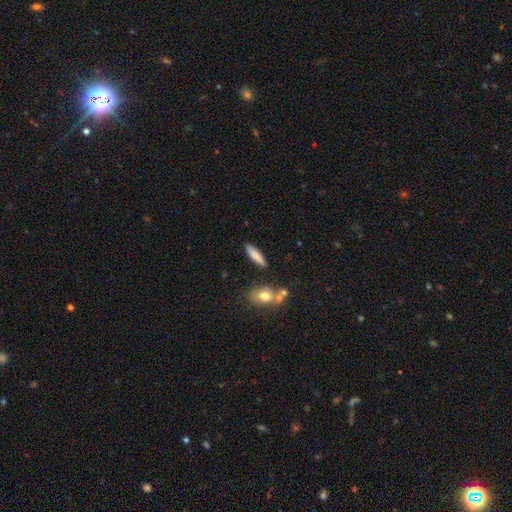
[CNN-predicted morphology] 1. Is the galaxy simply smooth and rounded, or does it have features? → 78% smooth, 15% featured or disk, 7% star or artifact.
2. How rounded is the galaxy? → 75% cigar-shaped, 23% in between, 2% round.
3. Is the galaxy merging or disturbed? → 83% none, 10% minor disturbance, 4% merger, 3% major disturbance.